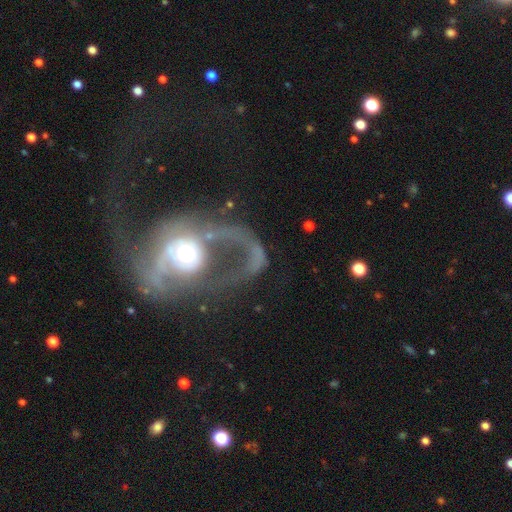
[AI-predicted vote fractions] This is likely a featured or disk galaxy (63%). It is clearly not viewed edge-on (95%). Bar: likely no (70%). Spiral arm pattern: possibly yes (57%). Central bulge: possibly moderate (56%). Merging: possibly major disturbance (50%).